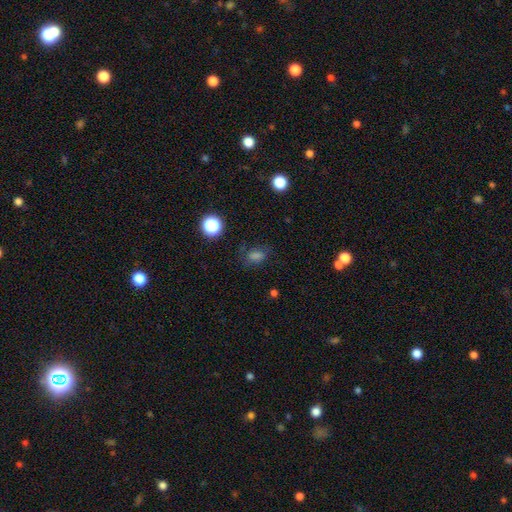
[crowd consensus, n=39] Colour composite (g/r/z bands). It shows a smooth galaxy with no disk features (74%) that is in between round and cigar-shaped (83%). Merging: none (54%).